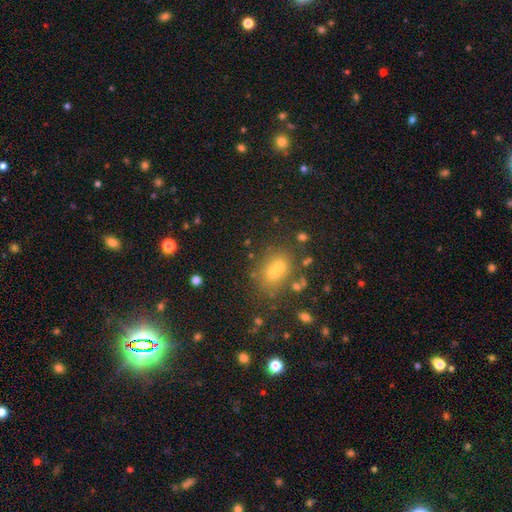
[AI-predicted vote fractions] Morphology: type=star or artifact (45%).